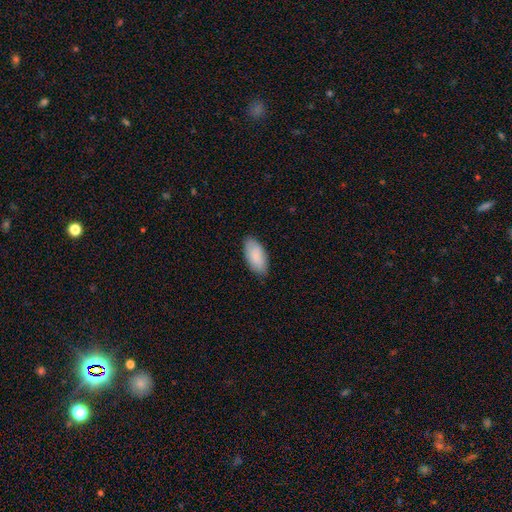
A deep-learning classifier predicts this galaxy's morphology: A smooth galaxy with no disk features (88%) that is in between round and cigar-shaped (93%).

Vote fractions:
- Smooth or featured? smooth: 88% / featured or disk: 7% / star or artifact: 5%
- How rounded? in between: 93% / cigar-shaped: 5% / round: 2%
- Merging? none: 85% / minor disturbance: 12% / major disturbance: 2% / merger: 1%